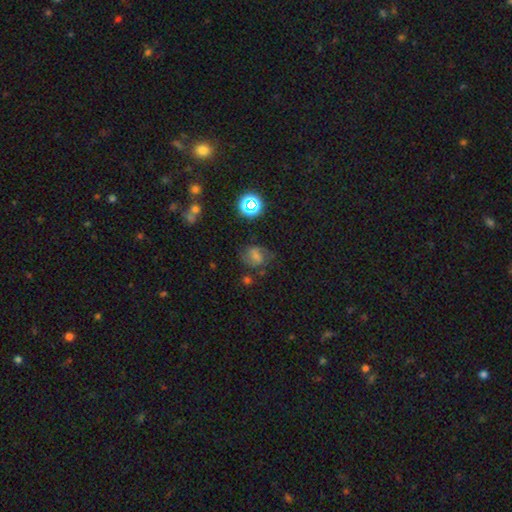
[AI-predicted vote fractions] This is marginally a smooth galaxy (42%). Merging: likely none (61%).